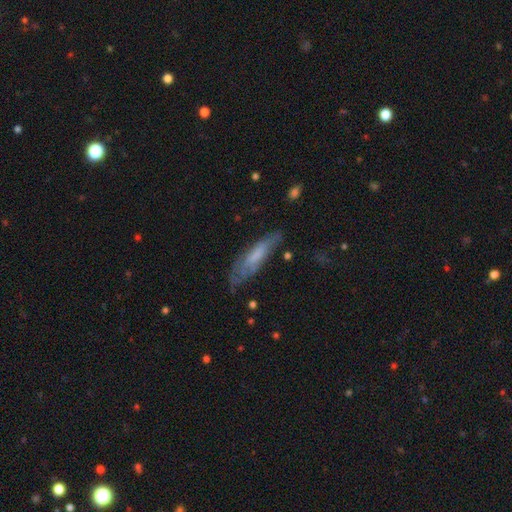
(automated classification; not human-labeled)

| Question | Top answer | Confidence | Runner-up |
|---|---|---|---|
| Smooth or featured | smooth | 50% | featured or disk (42%) |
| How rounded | cigar-shaped | 69% | in between (30%) |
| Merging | none | 62% | minor disturbance (25%) |